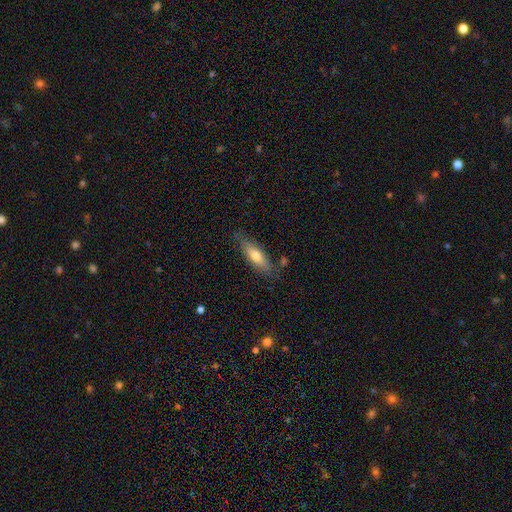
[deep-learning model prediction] smooth_or_featured: smooth (p=0.67) [alt: featured or disk p=0.27]
how_rounded: cigar-shaped (p=0.50) [alt: in between p=0.48]
merging: none (p=0.76) [alt: minor disturbance p=0.17]